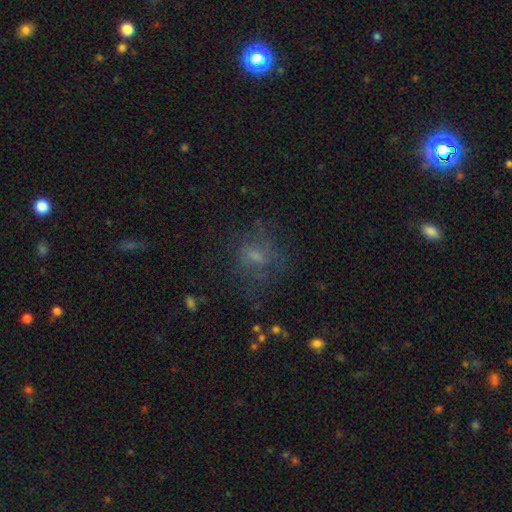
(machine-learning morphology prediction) Smooth or featured?
  - smooth: 50% *
  - featured or disk: 30%
  - star or artifact: 20%
Merging?
  - none: 52% *
  - major disturbance: 26%
  - minor disturbance: 20%
  - merger: 2%